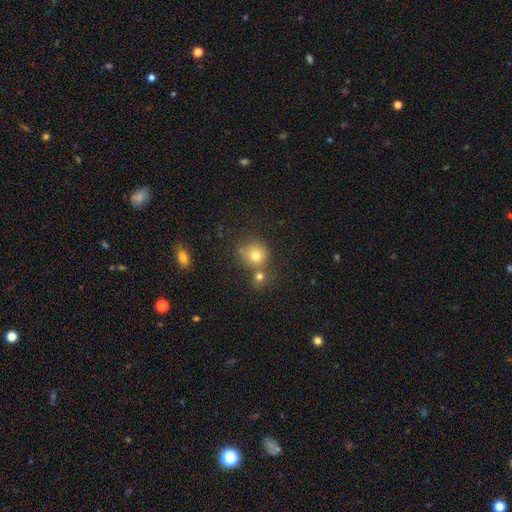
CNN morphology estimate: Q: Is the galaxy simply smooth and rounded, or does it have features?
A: smooth — 76%.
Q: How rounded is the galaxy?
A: round — 86%.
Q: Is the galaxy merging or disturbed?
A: none — 51%.